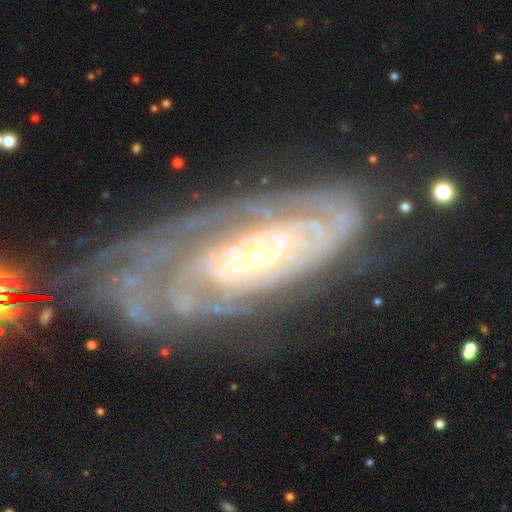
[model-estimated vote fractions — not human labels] This appears to be a featured or disk galaxy (87%) with no bar (68%), tight (73%) spiral arms (94%) and a small central bulge (70%). Merging: none (58%).